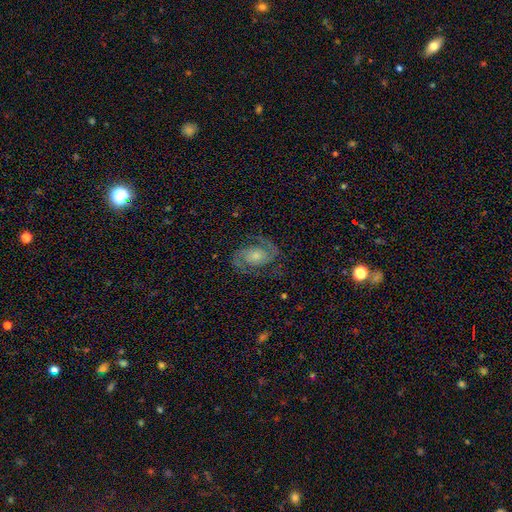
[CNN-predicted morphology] smooth_or_featured: featured or disk (p=0.85) [alt: smooth p=0.08]
disk_edge_on: no (p=0.97) [alt: yes p=0.03]
bar: no (p=0.58) [alt: weak p=0.32]
has_spiral_arms: yes (p=0.96) [alt: no p=0.04]
spiral_winding: medium (p=0.54) [alt: tight p=0.31]
spiral_arm_count: 2 (p=0.91) [alt: can't tell p=0.03]
bulge_size: small (p=0.48) [alt: moderate p=0.38]
merging: none (p=0.78) [alt: minor disturbance p=0.13]